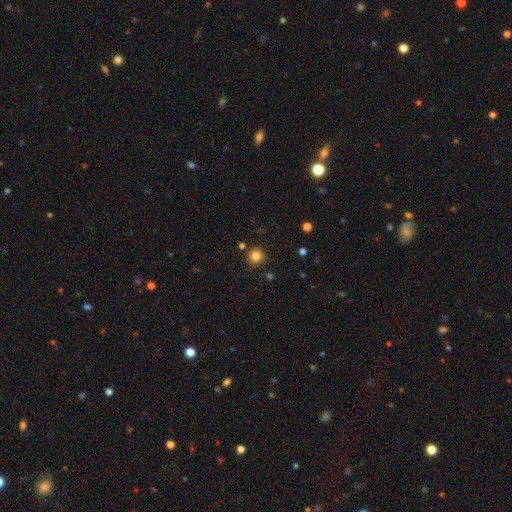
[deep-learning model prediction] Smooth or featured? smooth (83%)
How rounded? round (95%)
Merging? none (88%)